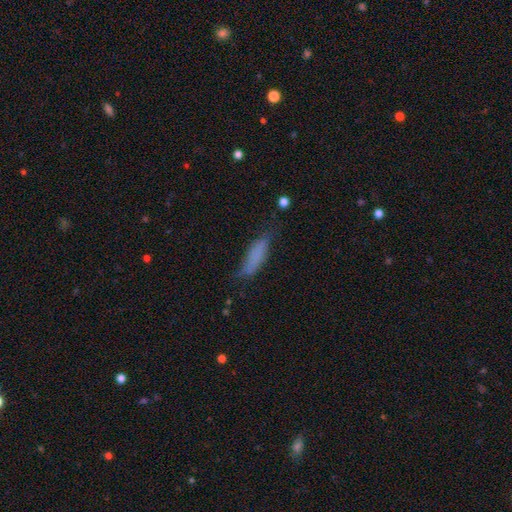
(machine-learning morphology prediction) Overall: smooth (75%). How rounded: cigar-shaped (57%; in between 41%). Merging: none (56%; minor disturbance 30%).